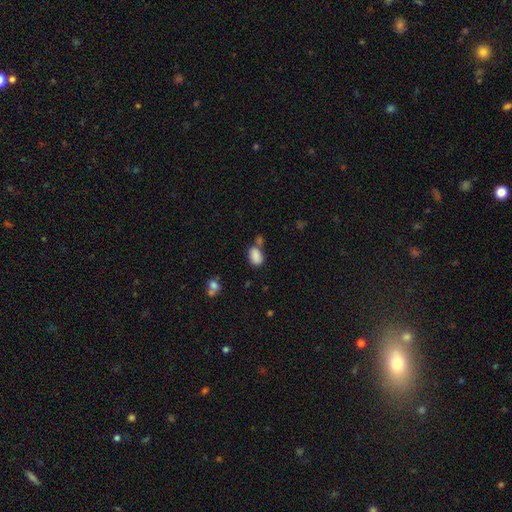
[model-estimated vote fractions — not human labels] smooth 86%, star or artifact 9%, featured or disk 5%. Down the decision tree: how rounded — in between (88%); merging — none (53%).